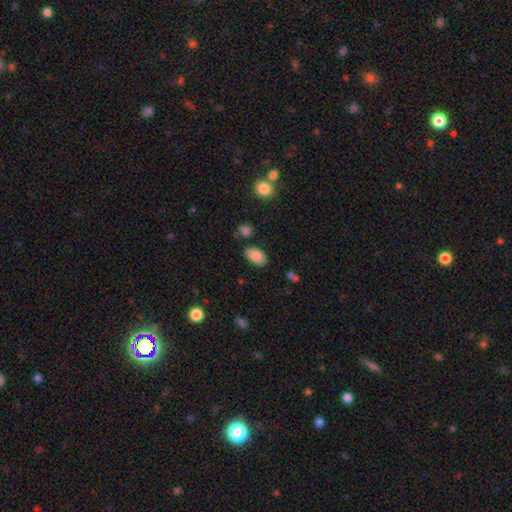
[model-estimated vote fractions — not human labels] This appears to be a smooth galaxy with no disk features (87%) that is in between round and cigar-shaped (93%). Merging: none (80%).